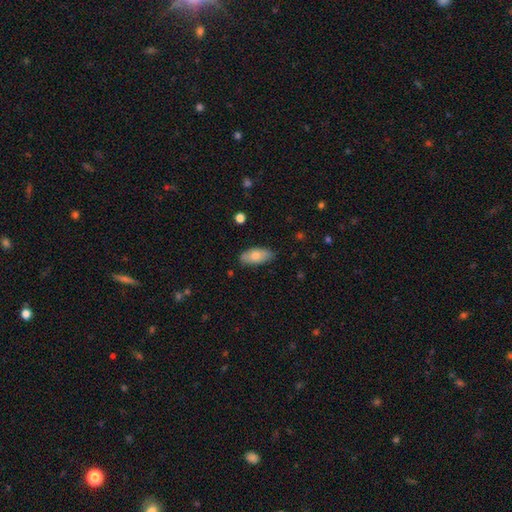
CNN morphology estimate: Overall: smooth (77%). How rounded: in between (88%). Merging: none (82%).